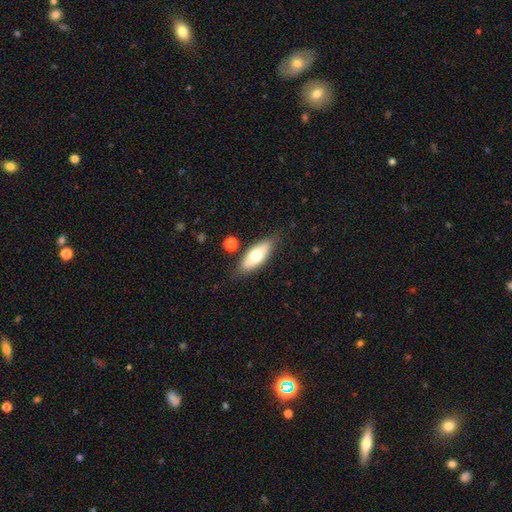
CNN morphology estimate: The model was most divided on "smooth or featured": smooth: 66%, featured or disk: 28%, star or artifact: 7%. More confident: merging — none (80%); how rounded — in between (77%).